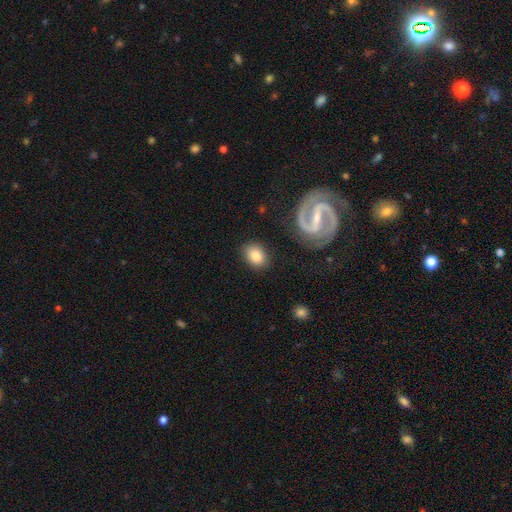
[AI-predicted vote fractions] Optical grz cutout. It shows a smooth galaxy with no disk features (79%) that is in between round and cigar-shaped (69%). Merging: none (80%).